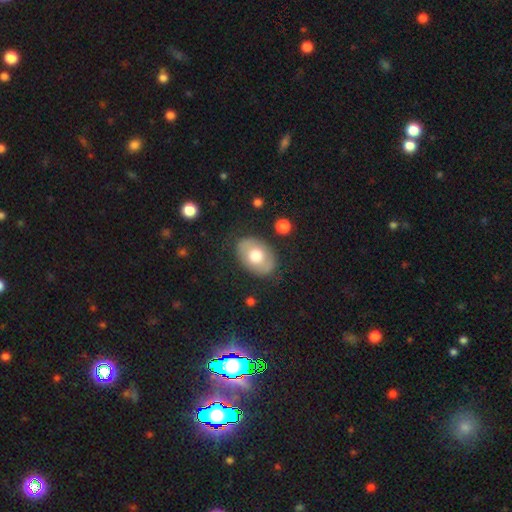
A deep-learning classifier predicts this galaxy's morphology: Overall: smooth (61%; featured or disk 33%). How rounded: in between (79%). Merging: none (82%).